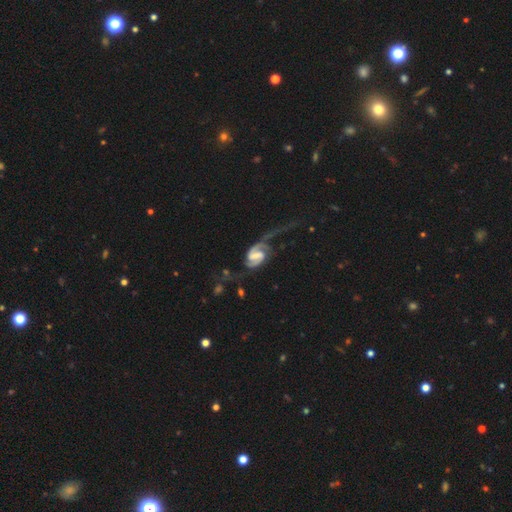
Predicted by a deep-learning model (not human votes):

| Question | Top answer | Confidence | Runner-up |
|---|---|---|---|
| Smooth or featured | featured or disk | 91% | smooth (5%) |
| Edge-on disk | no | 98% | yes (2%) |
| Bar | weak | 46% | strong (42%) |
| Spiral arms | yes | 97% | no (3%) |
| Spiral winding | loose | 45% | medium (40%) |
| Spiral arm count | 2 | 92% | 1 (2%) |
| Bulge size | moderate | 32% | small (29%) |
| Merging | none | 42% | major disturbance (36%) |